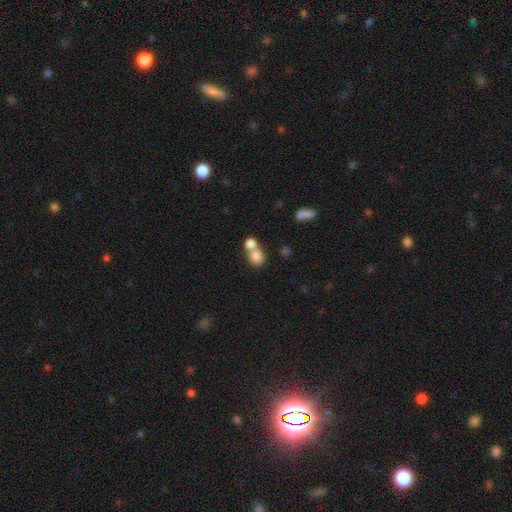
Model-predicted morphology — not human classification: The model was most divided on "merging": merger: 56%, none: 34%, minor disturbance: 7%, major disturbance: 4%. More confident: smooth or featured — smooth (80%); how rounded — round (66%).